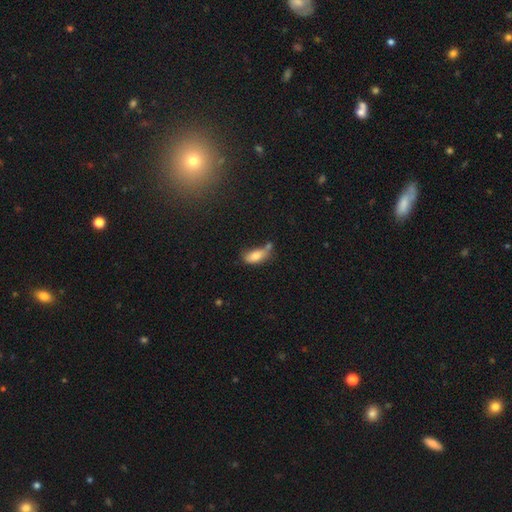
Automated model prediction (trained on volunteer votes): A smooth galaxy with no disk features (78%) that is in between round and cigar-shaped (84%). Merging: none (38%).